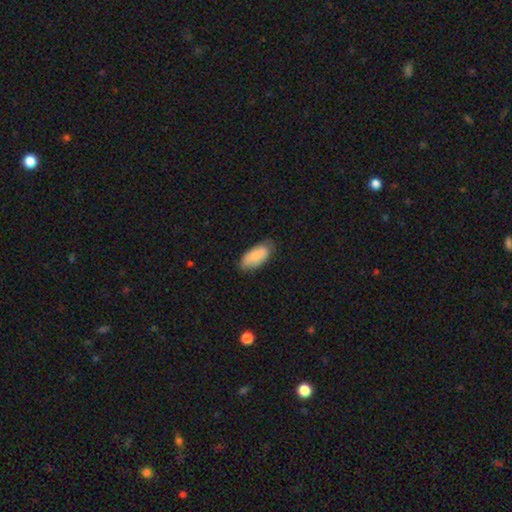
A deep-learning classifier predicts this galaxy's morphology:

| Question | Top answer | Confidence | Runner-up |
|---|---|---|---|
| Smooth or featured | smooth | 80% | featured or disk (14%) |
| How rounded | in between | 93% | cigar-shaped (5%) |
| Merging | none | 74% | minor disturbance (21%) |